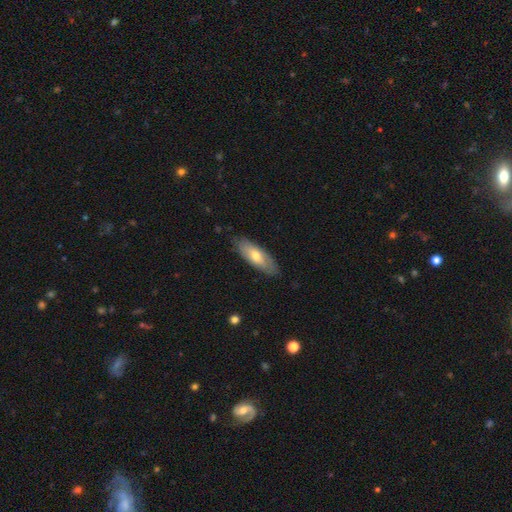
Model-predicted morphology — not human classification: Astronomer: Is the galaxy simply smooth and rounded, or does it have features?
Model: smooth — 63%.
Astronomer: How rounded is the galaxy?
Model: in between — 70%.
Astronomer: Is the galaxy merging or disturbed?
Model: none — 82%.